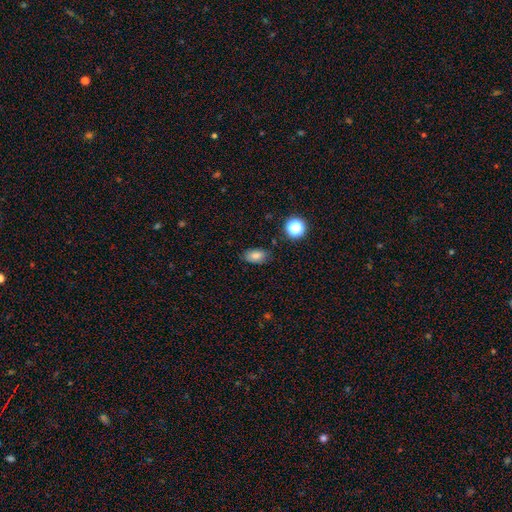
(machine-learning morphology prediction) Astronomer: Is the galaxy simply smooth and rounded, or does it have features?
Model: smooth — 79%.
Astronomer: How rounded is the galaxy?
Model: in between — 88%.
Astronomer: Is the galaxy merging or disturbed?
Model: none — 80%.